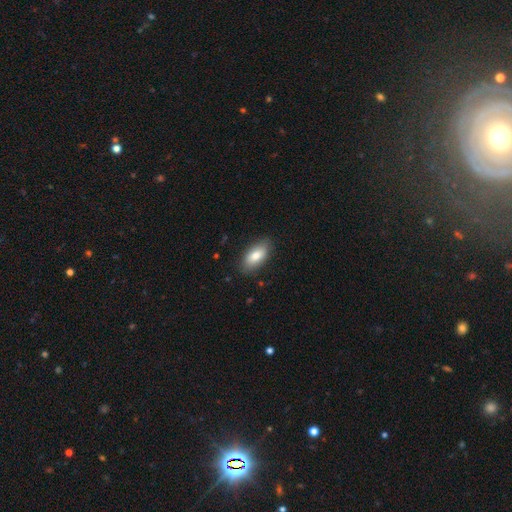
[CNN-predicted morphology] This appears to be a smooth galaxy with no disk features (80%) that is in between round and cigar-shaped (90%). Merging: none (84%).